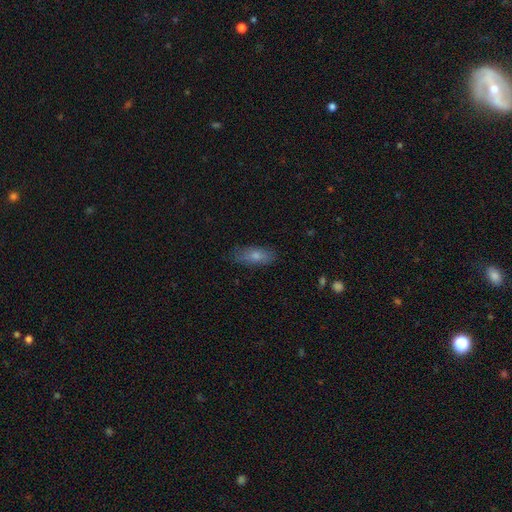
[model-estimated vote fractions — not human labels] smooth-or-featured: smooth: 73% | featured or disk: 20% | star or artifact: 7%
  how-rounded: in between: 77% | cigar-shaped: 20% | round: 3%
  merging: none: 77% | minor disturbance: 19% | major disturbance: 4% | merger: 1%